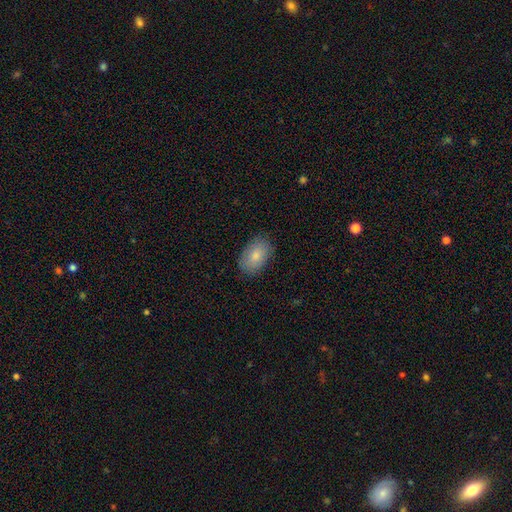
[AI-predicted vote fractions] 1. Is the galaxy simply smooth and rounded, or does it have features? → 83% smooth, 11% featured or disk, 7% star or artifact.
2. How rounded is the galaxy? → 91% in between, 8% round, 1% cigar-shaped.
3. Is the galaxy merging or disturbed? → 84% none, 12% minor disturbance, 3% major disturbance, 1% merger.